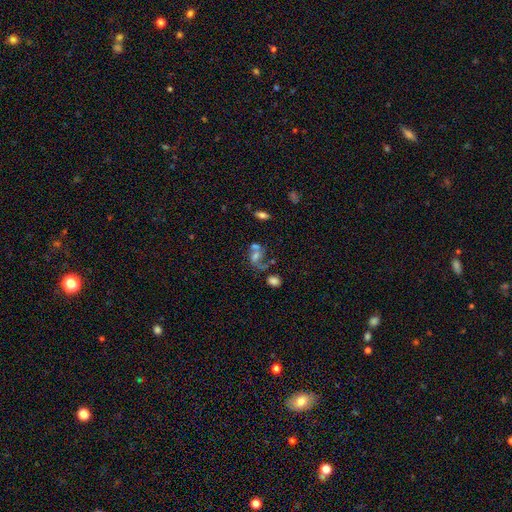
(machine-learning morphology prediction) The model was most divided on "merging": merger: 35%, none: 31%, major disturbance: 19%, minor disturbance: 15%. Remaining: smooth or featured — featured or disk (49%).